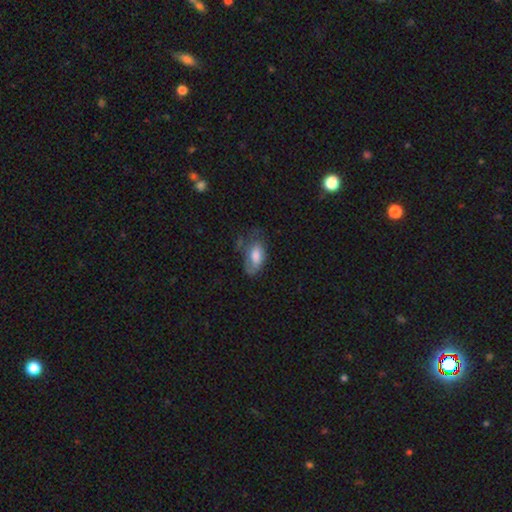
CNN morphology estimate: Smooth or featured? Predicted: smooth (p=0.69). How rounded? Predicted: in between (p=0.91). Merging? Predicted: none (p=0.41).